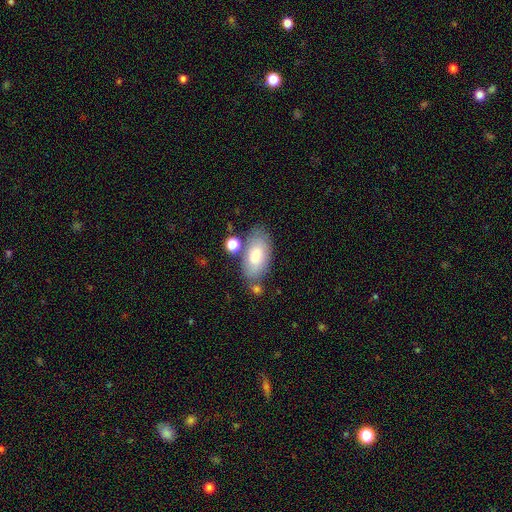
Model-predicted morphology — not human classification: type=smooth (73%); roundness=in between (93%); merging=none (66%).